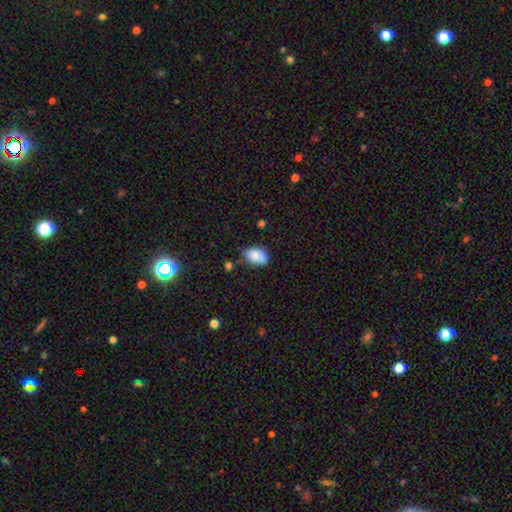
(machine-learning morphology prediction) Q: Smooth or featured?
A: smooth (82%); runner-up: featured or disk (9%)
Q: How rounded?
A: in between (83%); runner-up: round (16%)
Q: Merging?
A: none (53%); runner-up: minor disturbance (30%)